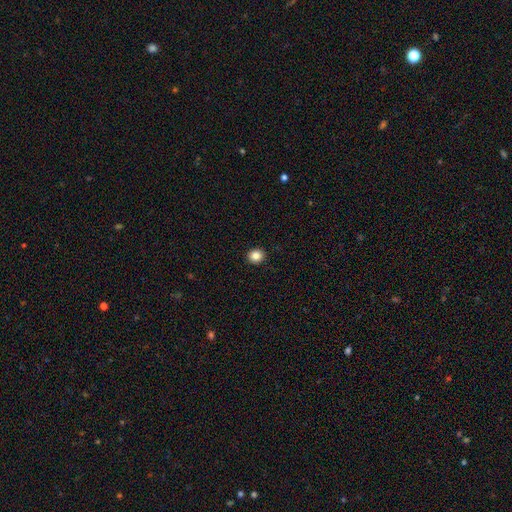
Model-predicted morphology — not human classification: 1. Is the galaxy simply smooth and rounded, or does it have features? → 85% smooth, 10% star or artifact, 4% featured or disk.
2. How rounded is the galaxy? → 79% round, 20% in between, 1% cigar-shaped.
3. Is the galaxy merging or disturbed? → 93% none, 5% minor disturbance, 1% major disturbance, 1% merger.